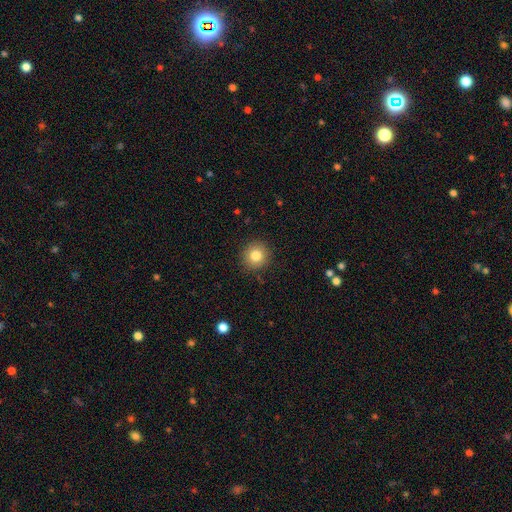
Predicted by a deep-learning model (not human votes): Overall: smooth (82%). How rounded: round (92%). Merging: none (90%).